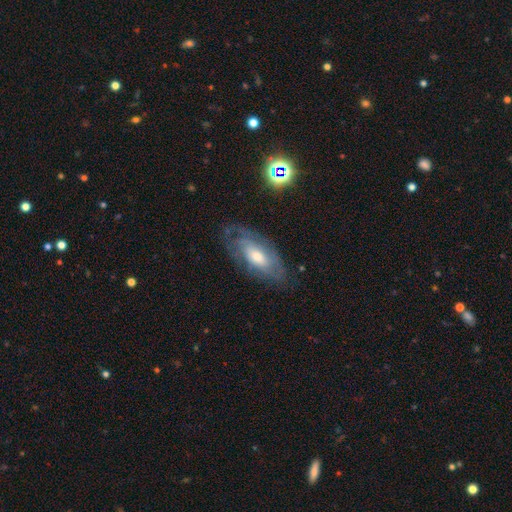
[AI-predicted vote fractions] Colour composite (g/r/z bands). It shows a featured or disk galaxy (67%) with no bar (66%), spiral arms (78%) and a moderate central bulge (59%). Merging: none (71%).